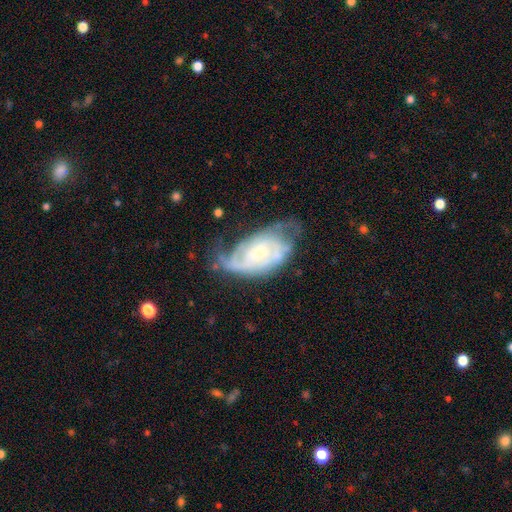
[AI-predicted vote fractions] Smooth or featured? featured or disk (80%)
Edge-on disk? no (95%)
Bar? no (66%)
Spiral arms? yes (90%)
Spiral winding? tight (54%)
Spiral arm count? can't tell (37%)
Bulge size? small (54%)
Merging? none (49%)